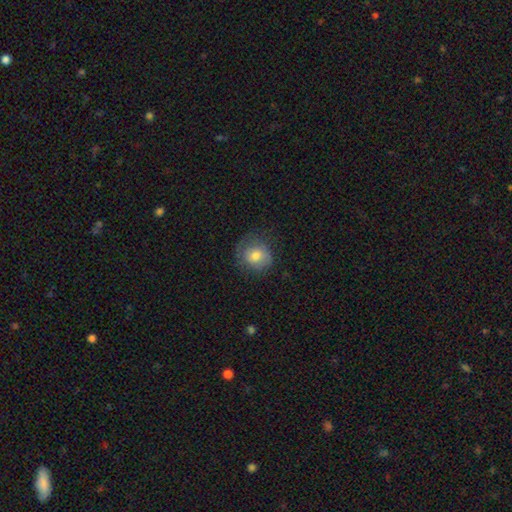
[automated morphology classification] Overall: smooth (69%). How rounded: round (79%). Merging: none (65%).